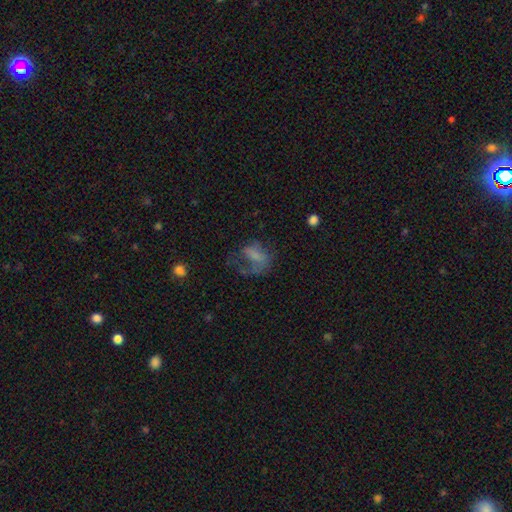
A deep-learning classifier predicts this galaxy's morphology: A smooth galaxy with no disk features (49%). Merging: major disturbance (53%).